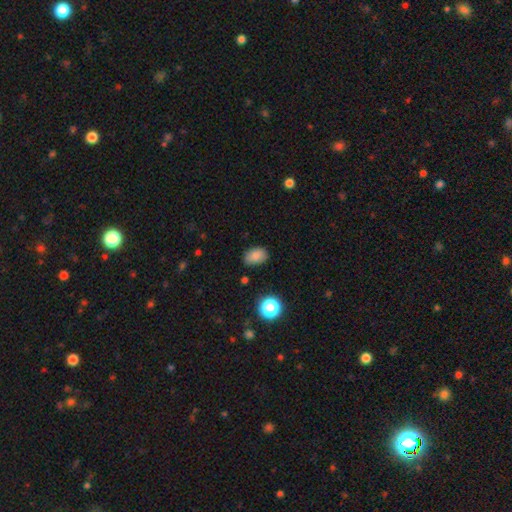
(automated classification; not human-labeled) A smooth galaxy with no disk features (84%) that is in between round and cigar-shaped (83%).

Vote fractions:
- Smooth or featured? smooth: 84% / star or artifact: 11% / featured or disk: 5%
- How rounded? in between: 83% / round: 16% / cigar-shaped: 1%
- Merging? none: 78% / minor disturbance: 17% / major disturbance: 3% / merger: 2%